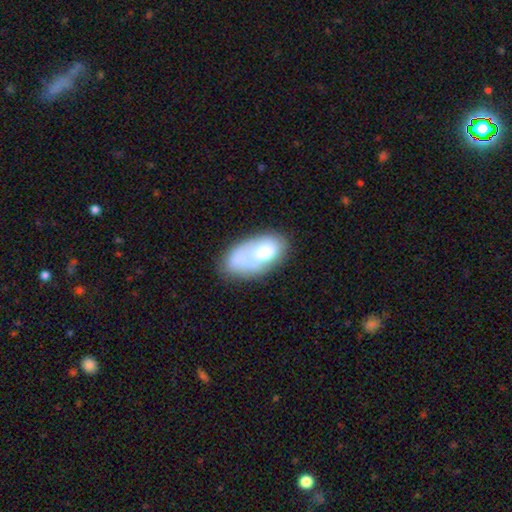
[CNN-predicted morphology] A smooth galaxy with no disk features (58%) that is in between round and cigar-shaped (93%).

Vote fractions:
- Smooth or featured? smooth: 58% / featured or disk: 34% / star or artifact: 8%
- How rounded? in between: 93% / round: 4% / cigar-shaped: 3%
- Merging? none: 48% / minor disturbance: 27% / major disturbance: 15% / merger: 11%